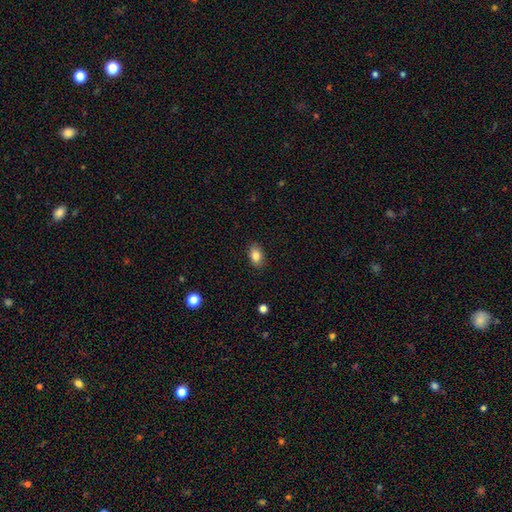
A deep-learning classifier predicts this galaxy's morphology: smooth-or-featured: smooth: 85% | star or artifact: 9% | featured or disk: 6%
  how-rounded: in between: 83% | round: 15% | cigar-shaped: 2%
  merging: none: 87% | minor disturbance: 10% | major disturbance: 2% | merger: 1%